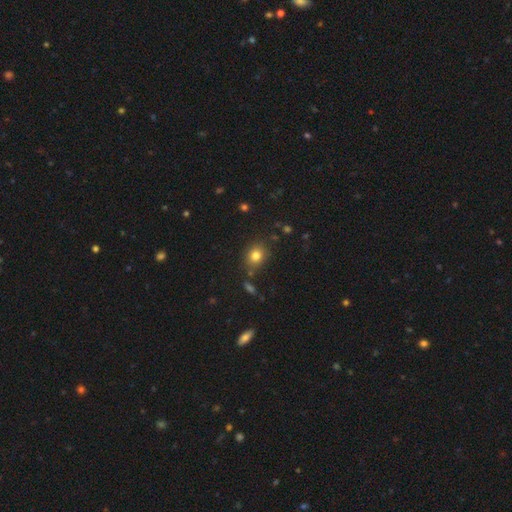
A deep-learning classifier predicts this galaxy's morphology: Smooth or featured? Predicted: smooth (p=0.79). How rounded? Predicted: round (p=0.62). Merging? Predicted: none (p=0.81).